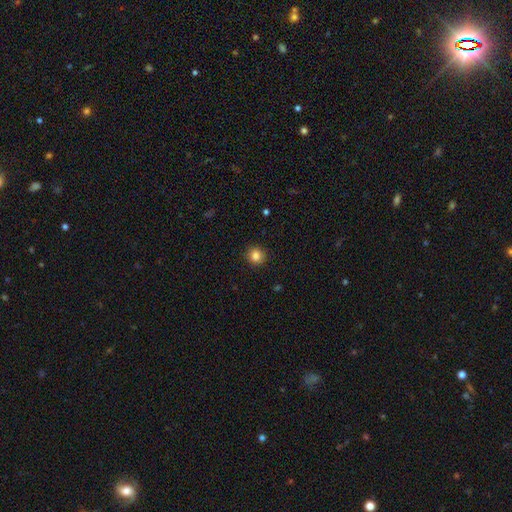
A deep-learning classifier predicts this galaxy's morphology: smooth-or-featured: smooth: 85% | star or artifact: 11% | featured or disk: 4%
  how-rounded: round: 90% | in between: 9% | cigar-shaped: 1%
  merging: none: 91% | minor disturbance: 6% | major disturbance: 2% | merger: 1%